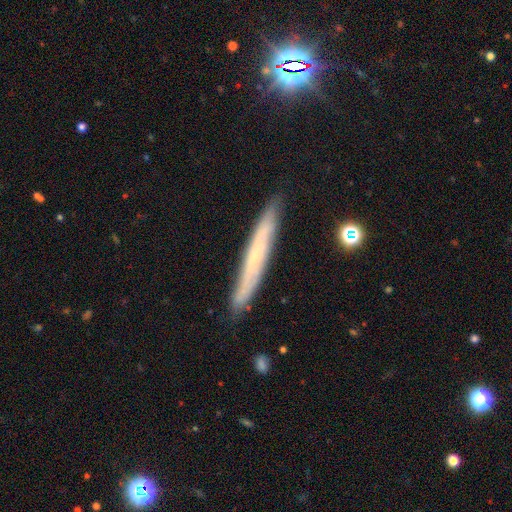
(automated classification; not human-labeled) featured or disk 48%, smooth 44%, star or artifact 8%. Down the decision tree: merging — none (86%).